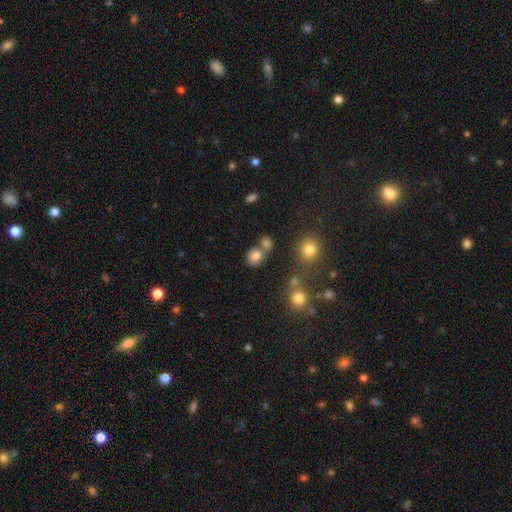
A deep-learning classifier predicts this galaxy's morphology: smooth_or_featured: smooth (p=0.78) [alt: star or artifact p=0.13]
how_rounded: round (p=0.73) [alt: in between p=0.26]
merging: none (p=0.60) [alt: merger p=0.26]